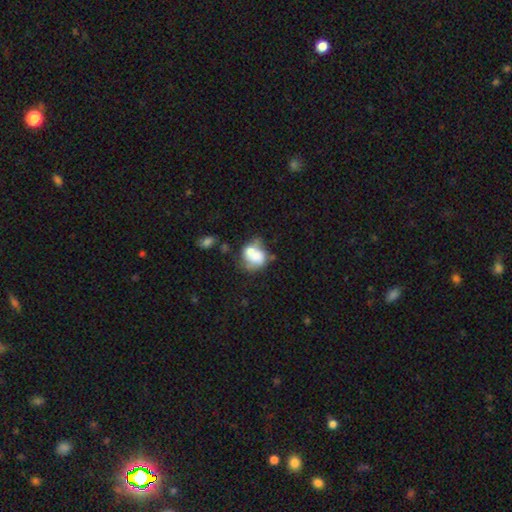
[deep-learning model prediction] smooth_or_featured: smooth (p=0.59) [alt: featured or disk p=0.33]
how_rounded: round (p=0.55) [alt: in between p=0.44]
merging: merger (p=0.51) [alt: none p=0.23]